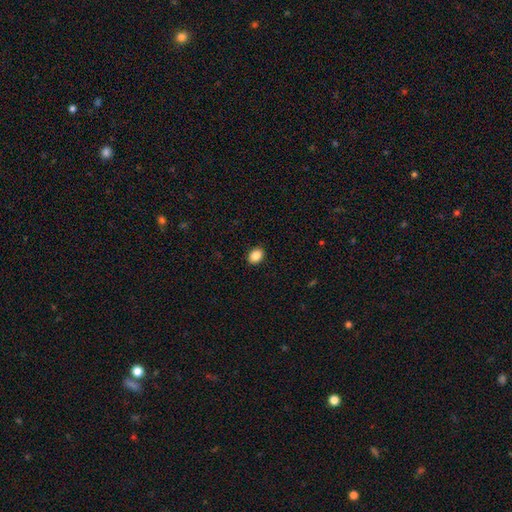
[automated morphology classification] A smooth galaxy with no disk features (87%) that is in between round and cigar-shaped (61%). Merging: none (91%).